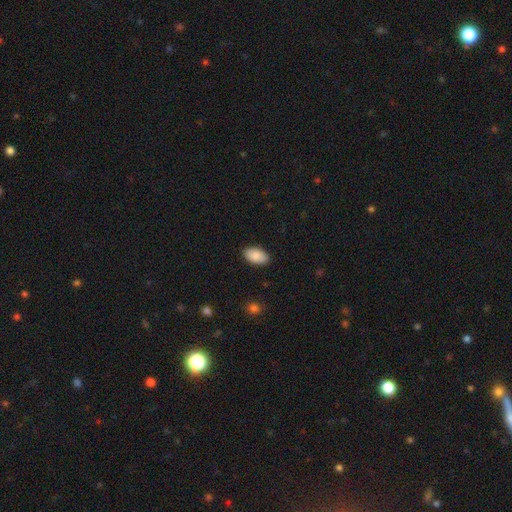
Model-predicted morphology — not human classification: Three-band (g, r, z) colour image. It shows a smooth galaxy with no disk features (89%) that is in between round and cigar-shaped (95%). Merging: none (88%).